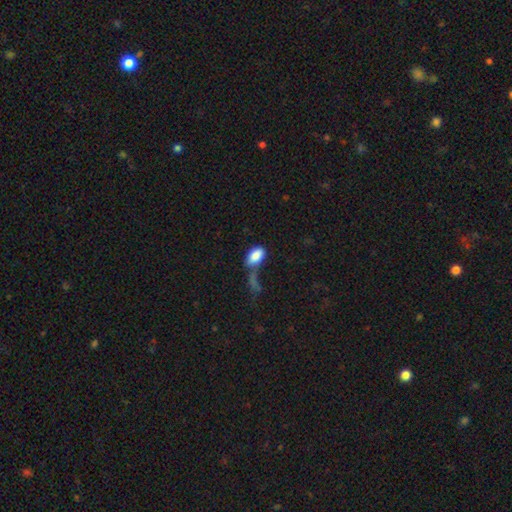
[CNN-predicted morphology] Smooth or featured? smooth (82%)
How rounded? in between (92%)
Merging? major disturbance (32%)